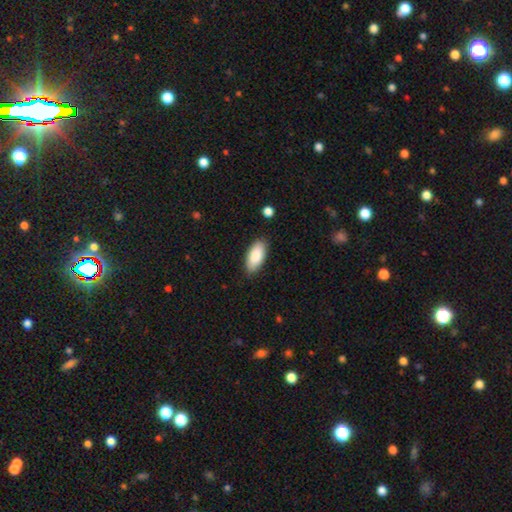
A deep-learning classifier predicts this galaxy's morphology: Smooth or featured: smooth — 85% (featured or disk — 9%)
How rounded: in between — 90% (cigar-shaped — 8%)
Merging: none — 86% (minor disturbance — 11%)